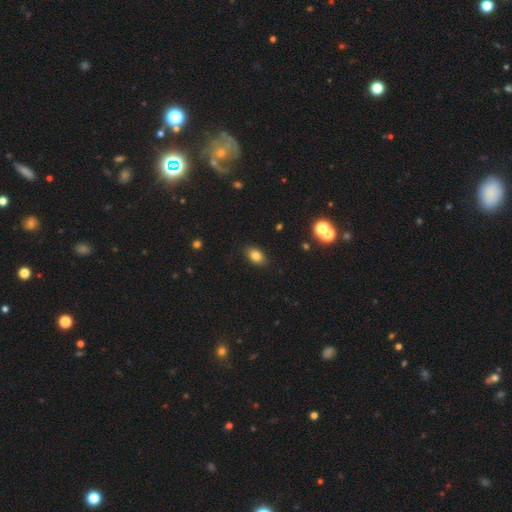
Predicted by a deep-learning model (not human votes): This is clearly a smooth galaxy (81%). How rounded: clearly in between (84%). Merging: clearly none (87%).